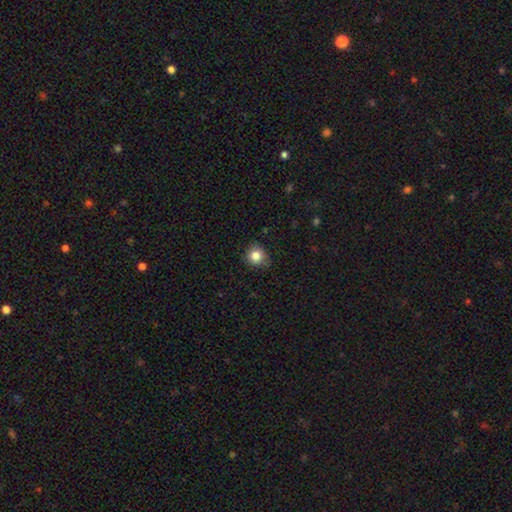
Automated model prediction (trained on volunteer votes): Overall: smooth (83%). How rounded: round (86%). Merging: none (78%).